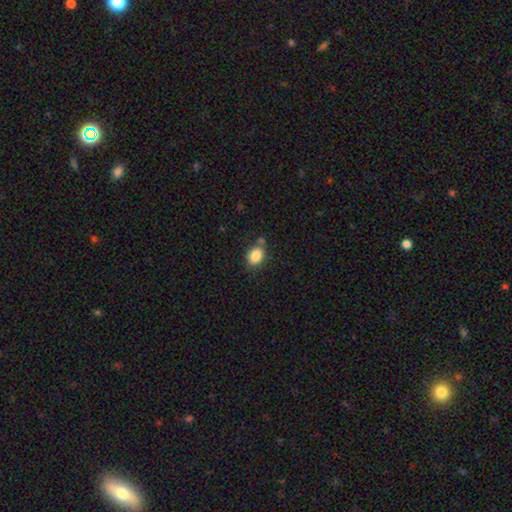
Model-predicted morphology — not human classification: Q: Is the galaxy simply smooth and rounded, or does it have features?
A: smooth — 86%.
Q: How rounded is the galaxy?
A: in between — 76%.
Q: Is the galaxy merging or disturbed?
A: none — 71%.